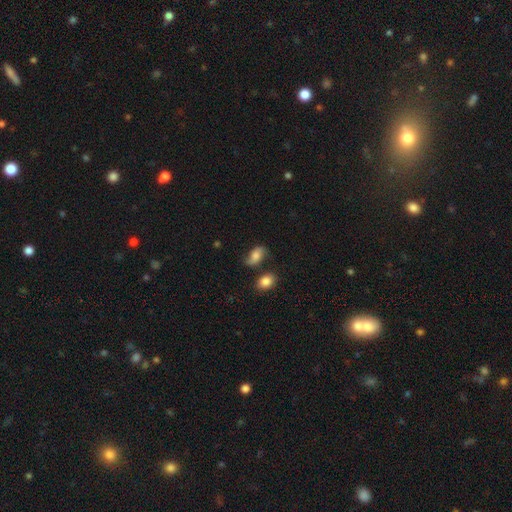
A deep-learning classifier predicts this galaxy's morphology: smooth 54%, featured or disk 36%, star or artifact 10%. Down the decision tree: how rounded — in between (85%); merging — none (58%).